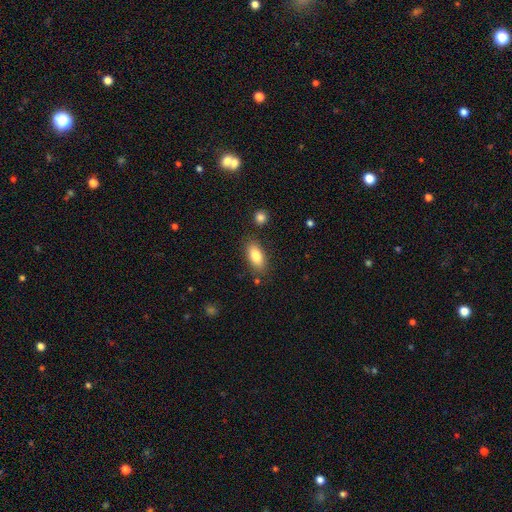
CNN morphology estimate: Overall: smooth (83%). How rounded: in between (87%). Merging: none (81%).